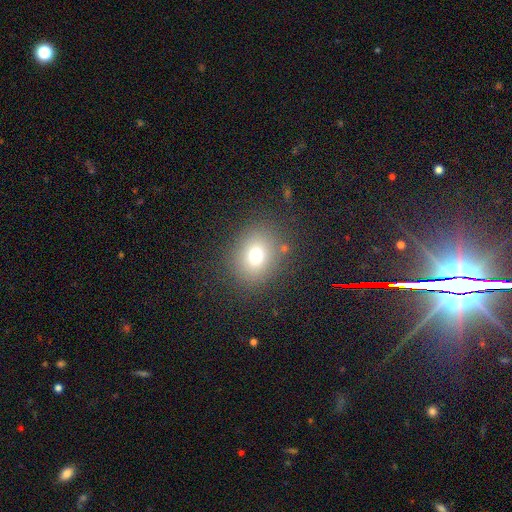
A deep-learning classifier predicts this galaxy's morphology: The model was most divided on "how rounded": round: 66%, in between: 33%, cigar-shaped: 1%. More confident: merging — none (84%); smooth or featured — smooth (74%).